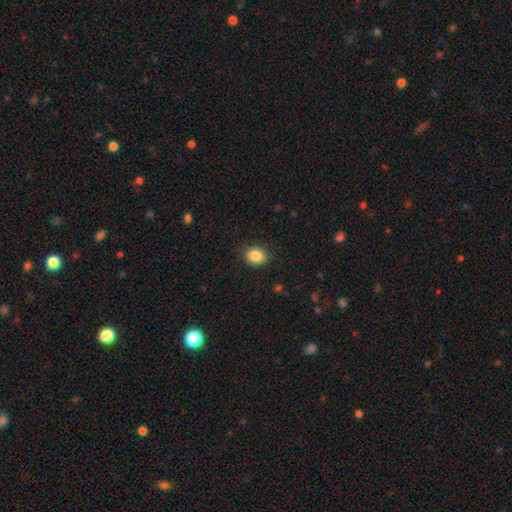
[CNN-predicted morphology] Smooth or featured?
  - smooth: 86% *
  - star or artifact: 9%
  - featured or disk: 5%
How rounded?
  - round: 62% *
  - in between: 37%
  - cigar-shaped: 1%
Merging?
  - none: 87% *
  - minor disturbance: 10%
  - major disturbance: 3%
  - merger: 1%